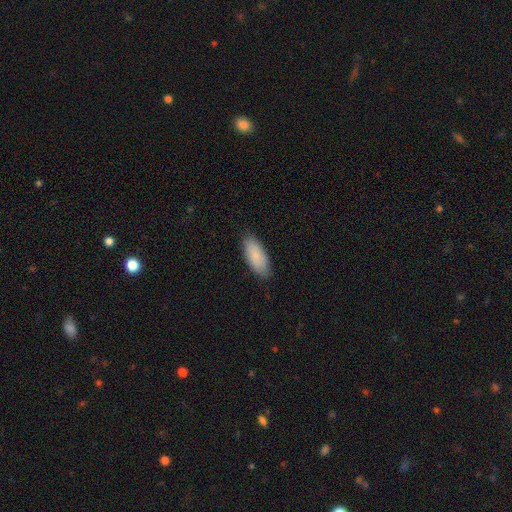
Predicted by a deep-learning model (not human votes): Overall: smooth (87%). How rounded: in between (86%). Merging: none (85%).